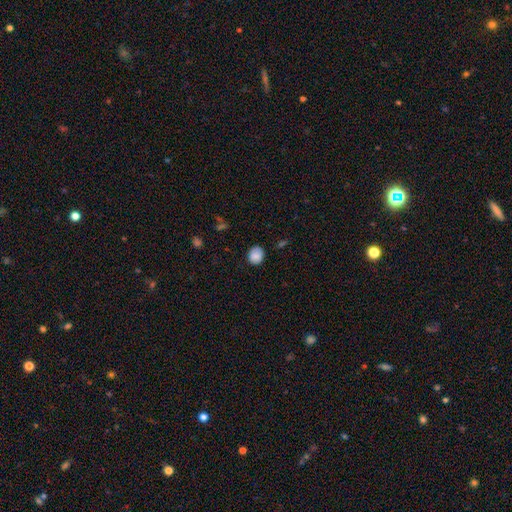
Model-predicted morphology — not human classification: Q: Smooth or featured?
A: smooth (84%); runner-up: star or artifact (9%)
Q: How rounded?
A: round (68%); runner-up: in between (32%)
Q: Merging?
A: none (79%); runner-up: minor disturbance (17%)